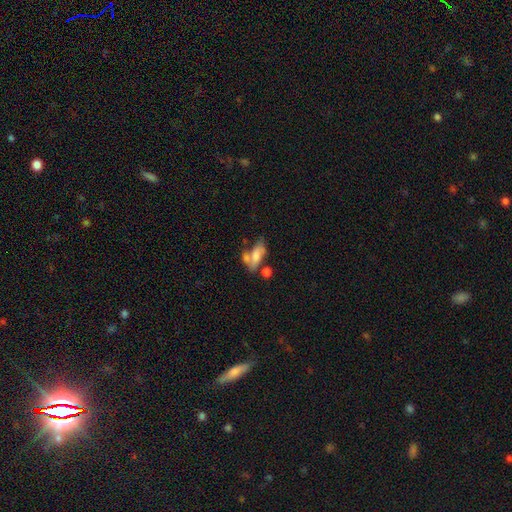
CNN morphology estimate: Smooth or featured? smooth (60%)
How rounded? in between (79%)
Merging? merger (36%)